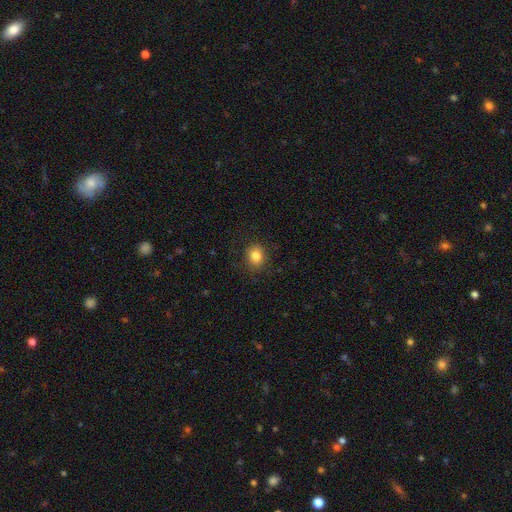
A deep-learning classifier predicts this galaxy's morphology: This appears to be a smooth galaxy with no disk features (84%) that is round (73%). Merging: none (86%).